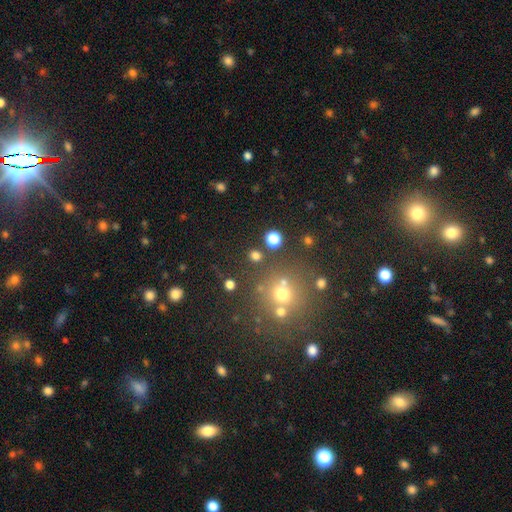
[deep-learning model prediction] smooth-or-featured: smooth: 73% | star or artifact: 20% | featured or disk: 7%
  how-rounded: round: 84% | in between: 15% | cigar-shaped: 1%
  merging: none: 82% | merger: 8% | minor disturbance: 7% | major disturbance: 4%